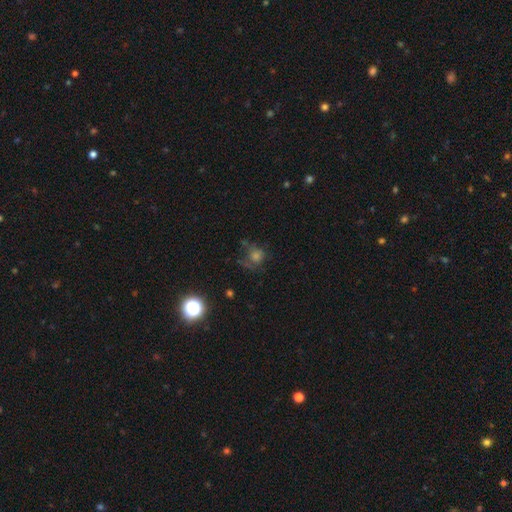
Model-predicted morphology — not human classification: Smooth or featured?
  - smooth: 41% *
  - star or artifact: 32%
  - featured or disk: 27%
Merging?
  - none: 53% *
  - major disturbance: 23%
  - minor disturbance: 20%
  - merger: 4%